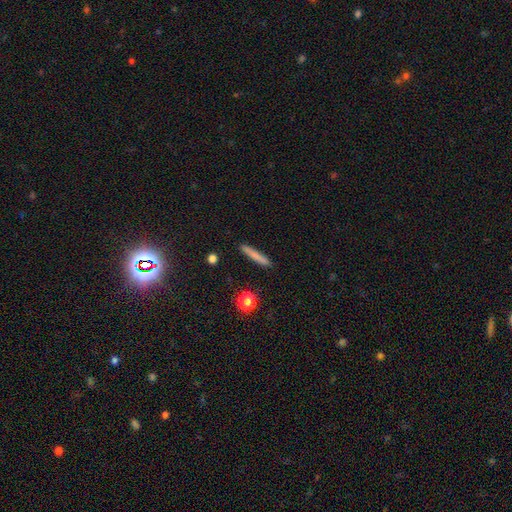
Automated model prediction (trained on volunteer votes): Smooth or featured? smooth (76%)
How rounded? cigar-shaped (94%)
Merging? none (90%)